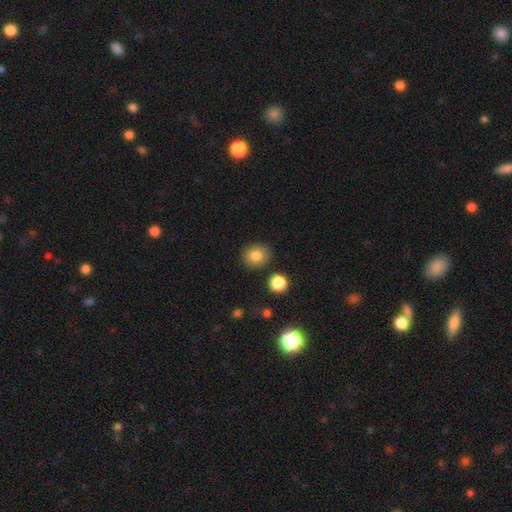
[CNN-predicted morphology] The model was most divided on "how rounded": round: 71%, in between: 28%, cigar-shaped: 1%. More confident: merging — none (86%); smooth or featured — smooth (82%).